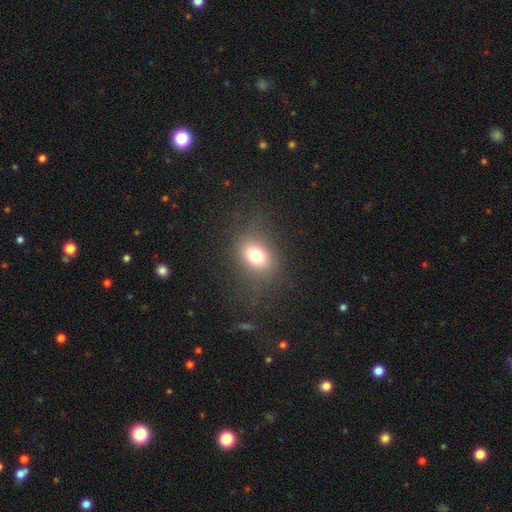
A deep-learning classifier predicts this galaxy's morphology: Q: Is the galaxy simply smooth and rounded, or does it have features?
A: smooth — 73%.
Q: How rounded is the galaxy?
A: in between — 59%.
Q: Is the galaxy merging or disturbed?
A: none — 75%.